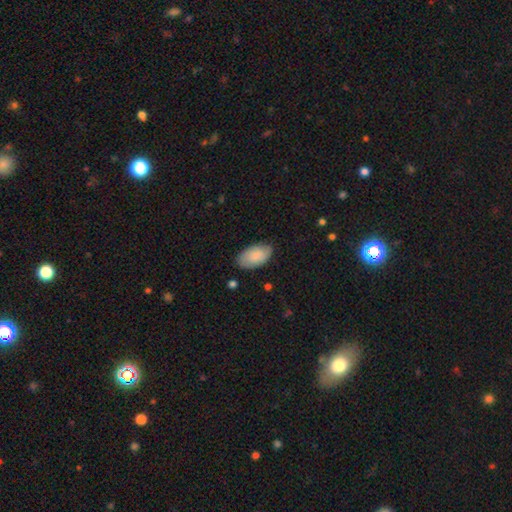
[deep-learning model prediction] smooth 83%, featured or disk 11%, star or artifact 6%. Down the decision tree: how rounded — in between (96%); merging — none (81%).